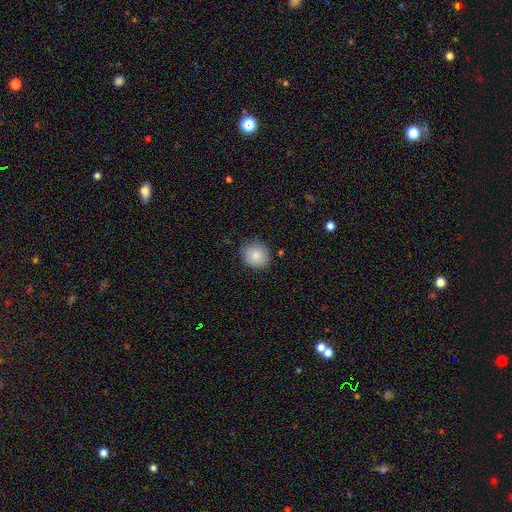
This is clearly a smooth galaxy (85%). How rounded: clearly round (85%). Merging: clearly none (97%).